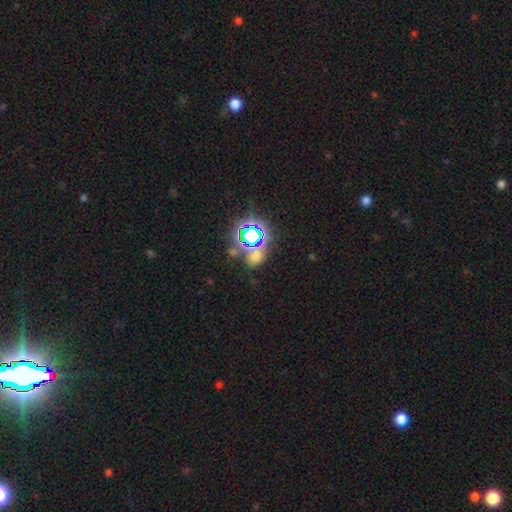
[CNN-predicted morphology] Smooth or featured? star or artifact (52%)